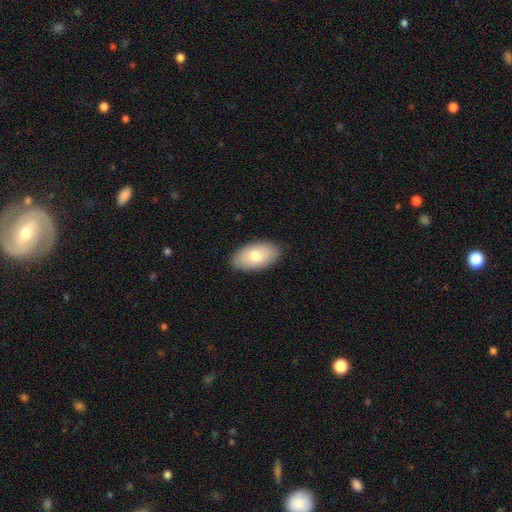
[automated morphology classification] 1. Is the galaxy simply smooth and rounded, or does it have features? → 76% smooth, 18% featured or disk, 6% star or artifact.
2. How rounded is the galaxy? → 94% in between, 4% round, 2% cigar-shaped.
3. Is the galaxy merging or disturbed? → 87% none, 10% minor disturbance, 2% major disturbance, 1% merger.